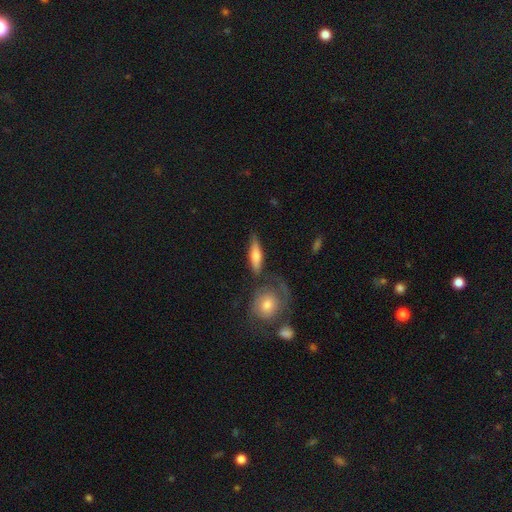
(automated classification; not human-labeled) This appears to be a smooth galaxy with no disk features (51%) that is cigar-shaped (54%). Merging: none (66%).